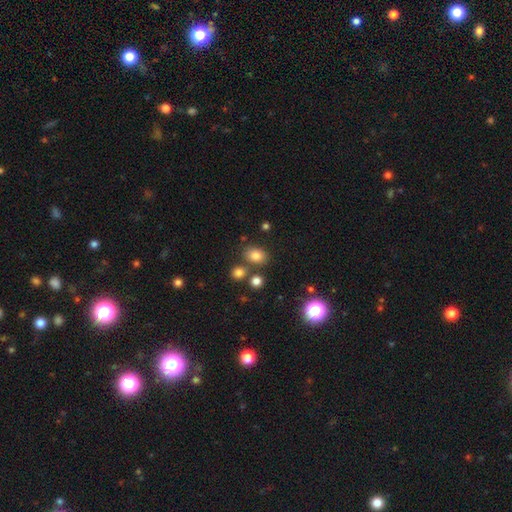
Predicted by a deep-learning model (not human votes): Q: Smooth or featured?
A: smooth (80%); runner-up: star or artifact (13%)
Q: How rounded?
A: in between (65%); runner-up: round (34%)
Q: Merging?
A: none (72%); runner-up: merger (13%)